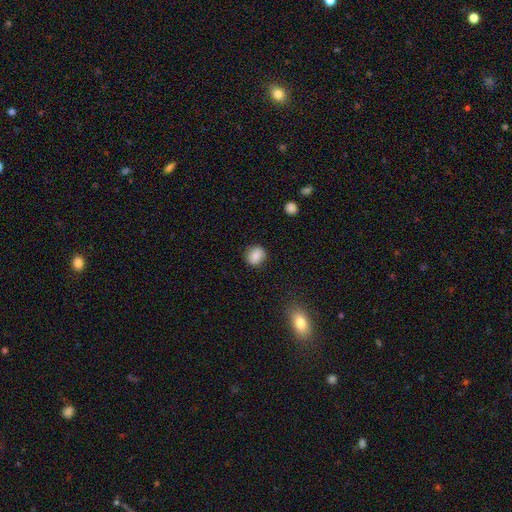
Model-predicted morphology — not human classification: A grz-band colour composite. It shows a smooth galaxy with no disk features (85%) that is round (74%). Merging: none (85%).